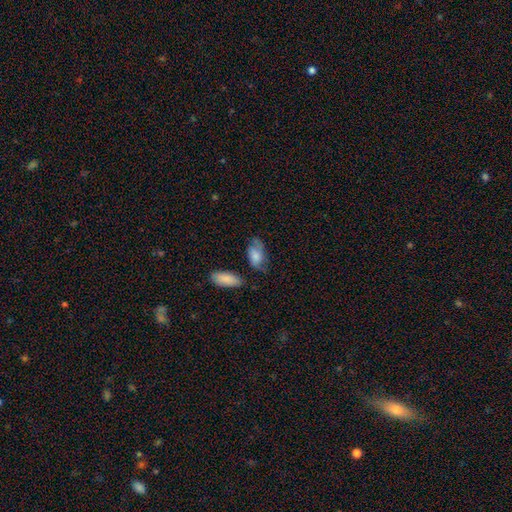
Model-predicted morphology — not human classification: Smooth or featured? Predicted: smooth (p=0.73). How rounded? Predicted: in between (p=0.91). Merging? Predicted: none (p=0.49).